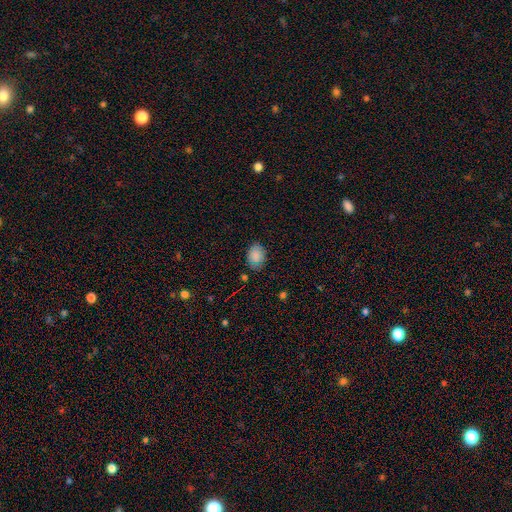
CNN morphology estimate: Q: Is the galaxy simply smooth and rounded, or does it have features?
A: smooth — 85%.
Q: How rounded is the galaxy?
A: in between — 77%.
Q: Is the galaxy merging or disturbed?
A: none — 78%.